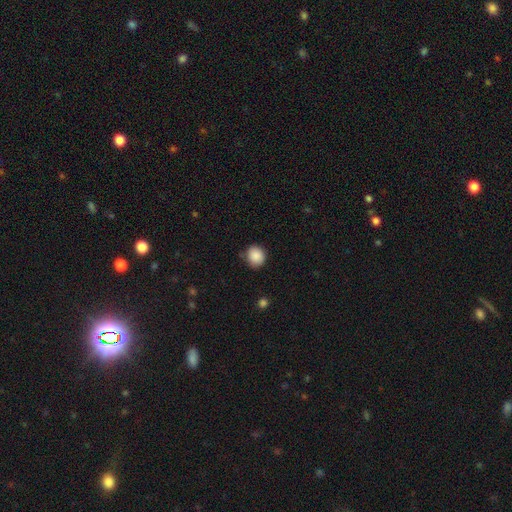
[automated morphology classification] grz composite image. It shows a smooth galaxy with no disk features (88%) that is round (80%). Merging: none (80%).